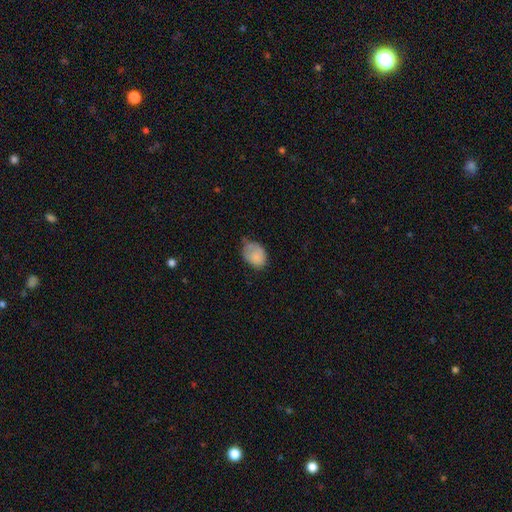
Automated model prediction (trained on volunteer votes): A smooth galaxy with no disk features (80%) that is in between round and cigar-shaped (69%).

Vote fractions:
- Smooth or featured? smooth: 80% / featured or disk: 12% / star or artifact: 8%
- How rounded? in between: 69% / round: 30% / cigar-shaped: 1%
- Merging? none: 42% / minor disturbance: 40% / major disturbance: 15% / merger: 3%